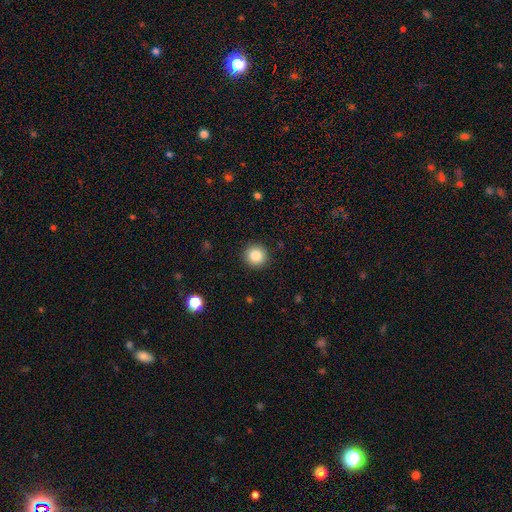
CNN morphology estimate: Smooth or featured?
  - smooth: 86% *
  - star or artifact: 10%
  - featured or disk: 5%
How rounded?
  - round: 94% *
  - in between: 5%
  - cigar-shaped: 1%
Merging?
  - none: 92% *
  - minor disturbance: 5%
  - major disturbance: 2%
  - merger: 1%